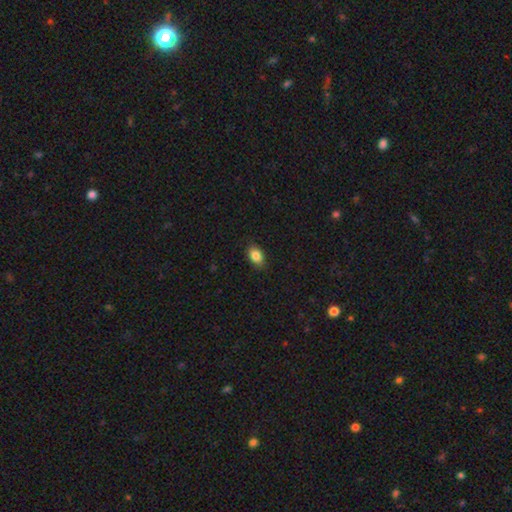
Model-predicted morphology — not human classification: Overall: smooth (85%). How rounded: in between (83%). Merging: none (87%).